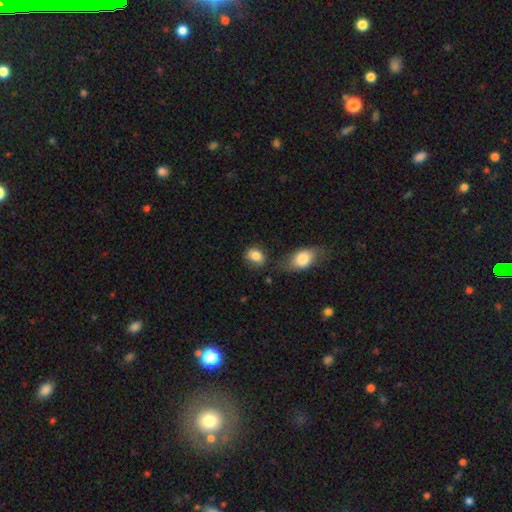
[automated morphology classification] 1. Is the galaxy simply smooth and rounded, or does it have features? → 85% smooth, 8% star or artifact, 7% featured or disk.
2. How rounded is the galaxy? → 70% in between, 28% round, 2% cigar-shaped.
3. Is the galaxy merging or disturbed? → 58% none, 23% minor disturbance, 12% merger, 7% major disturbance.